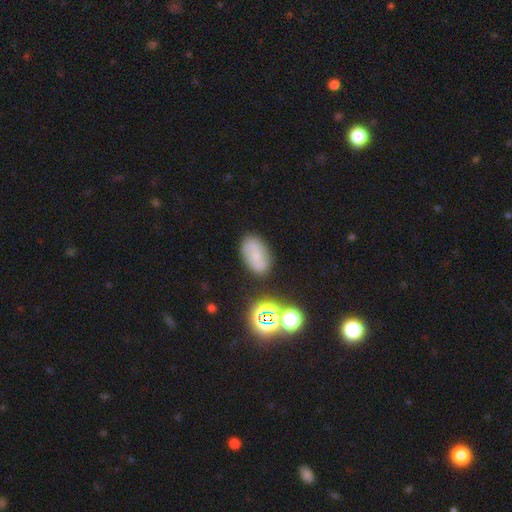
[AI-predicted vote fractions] A smooth galaxy with no disk features (52%) that is in between round and cigar-shaped (88%).

Vote fractions:
- Smooth or featured? smooth: 52% / featured or disk: 31% / star or artifact: 16%
- How rounded? in between: 88% / round: 10% / cigar-shaped: 2%
- Merging? none: 75% / minor disturbance: 14% / merger: 6% / major disturbance: 4%